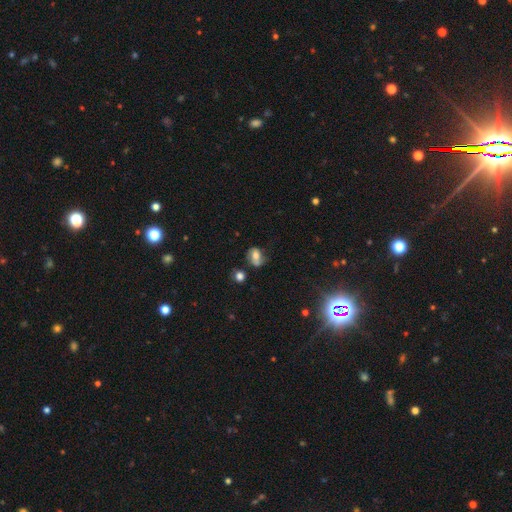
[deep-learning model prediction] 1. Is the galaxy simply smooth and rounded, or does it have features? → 52% smooth, 36% featured or disk, 11% star or artifact.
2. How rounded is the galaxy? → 60% in between, 39% round, 2% cigar-shaped.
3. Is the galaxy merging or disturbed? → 53% none, 25% minor disturbance, 12% merger, 10% major disturbance.